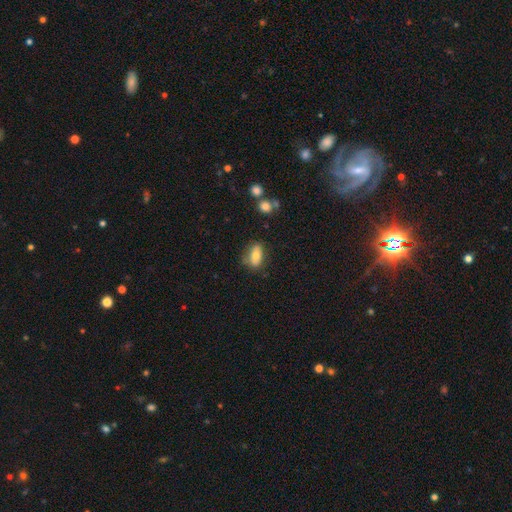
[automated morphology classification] smooth-or-featured: smooth: 74% | featured or disk: 18% | star or artifact: 8%
  how-rounded: in between: 85% | cigar-shaped: 9% | round: 7%
  merging: none: 73% | minor disturbance: 19% | major disturbance: 5% | merger: 3%